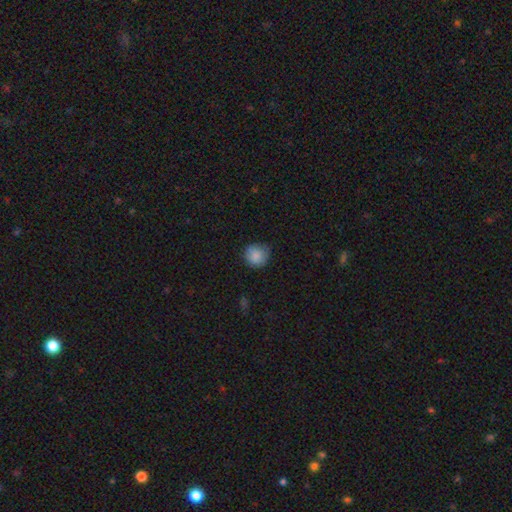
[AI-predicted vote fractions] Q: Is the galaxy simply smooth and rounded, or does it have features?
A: smooth — 87%.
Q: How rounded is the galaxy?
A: round — 92%.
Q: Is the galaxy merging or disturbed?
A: none — 78%.